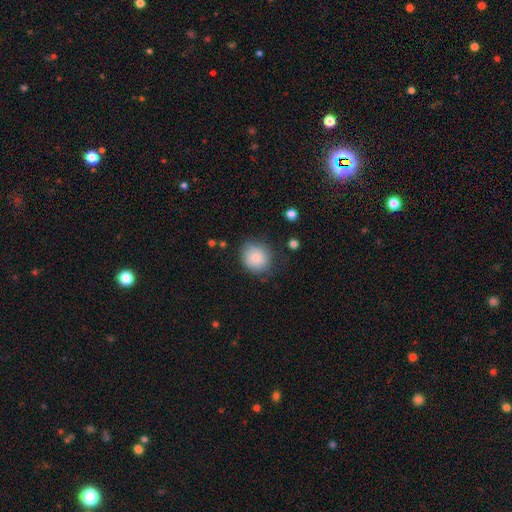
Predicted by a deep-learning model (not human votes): This is clearly a smooth galaxy (84%). How rounded: likely round (80%). Merging: likely none (74%).